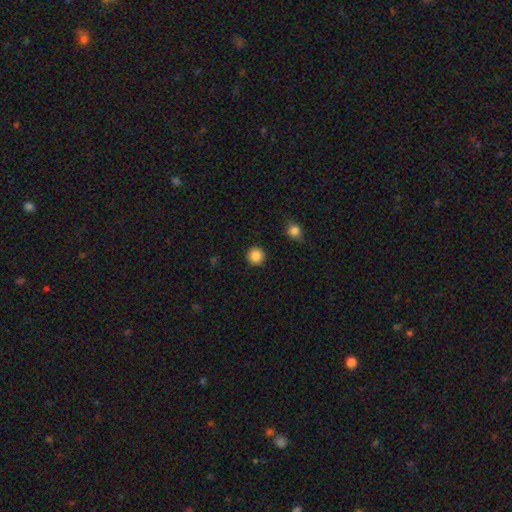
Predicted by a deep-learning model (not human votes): Smooth or featured? smooth (87%)
How rounded? round (95%)
Merging? none (93%)